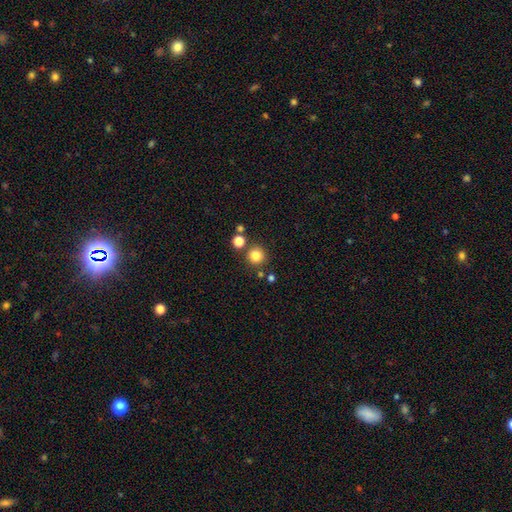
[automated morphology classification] smooth_or_featured: smooth (p=0.82) [alt: star or artifact p=0.13]
how_rounded: round (p=0.94) [alt: in between p=0.05]
merging: none (p=0.81) [alt: merger p=0.08]